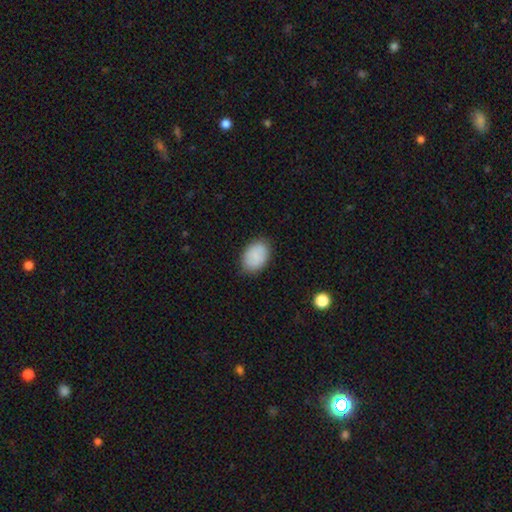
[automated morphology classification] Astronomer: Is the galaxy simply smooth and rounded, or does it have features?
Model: smooth — 85%.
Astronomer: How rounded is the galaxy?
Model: in between — 85%.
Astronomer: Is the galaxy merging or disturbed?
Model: none — 84%.